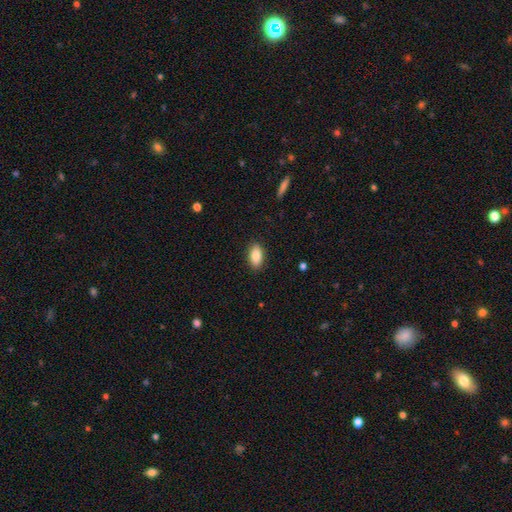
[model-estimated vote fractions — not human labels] A smooth galaxy with no disk features (87%) that is in between round and cigar-shaped (90%). Merging: none (89%).